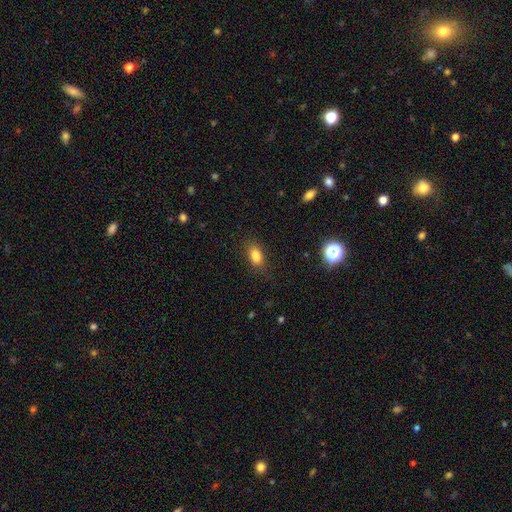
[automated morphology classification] This is clearly a smooth galaxy (84%). How rounded: clearly in between (85%). Merging: clearly none (84%).